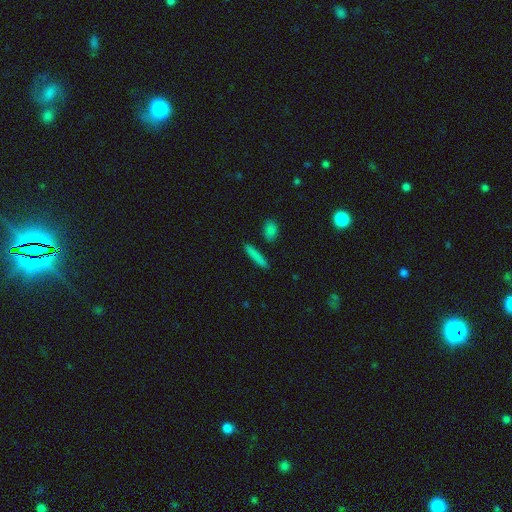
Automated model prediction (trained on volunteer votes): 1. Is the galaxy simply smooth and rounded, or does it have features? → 81% smooth, 12% featured or disk, 8% star or artifact.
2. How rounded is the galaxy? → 88% cigar-shaped, 9% in between, 2% round.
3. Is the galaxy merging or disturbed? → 88% none, 7% minor disturbance, 3% merger, 2% major disturbance.